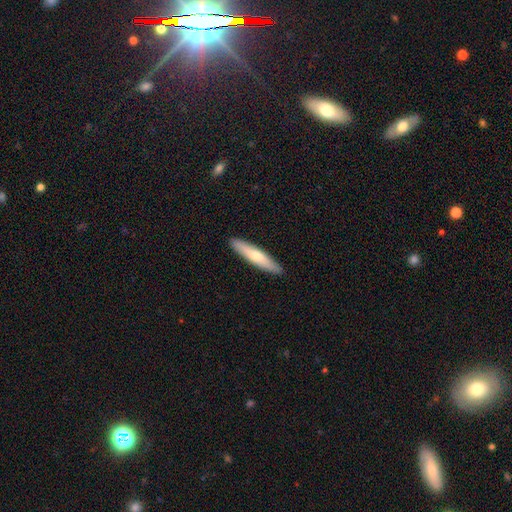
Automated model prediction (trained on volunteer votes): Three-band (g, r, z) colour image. It shows a smooth galaxy with no disk features (61%) that is cigar-shaped (87%). Merging: none (91%).